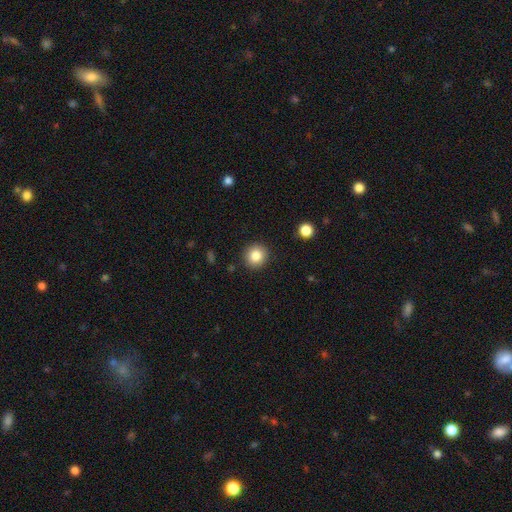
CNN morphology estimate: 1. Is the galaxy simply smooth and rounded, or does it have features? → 84% smooth, 10% star or artifact, 6% featured or disk.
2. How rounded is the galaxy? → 93% round, 6% in between, 1% cigar-shaped.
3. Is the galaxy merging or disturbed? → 91% none, 6% minor disturbance, 2% major disturbance, 1% merger.